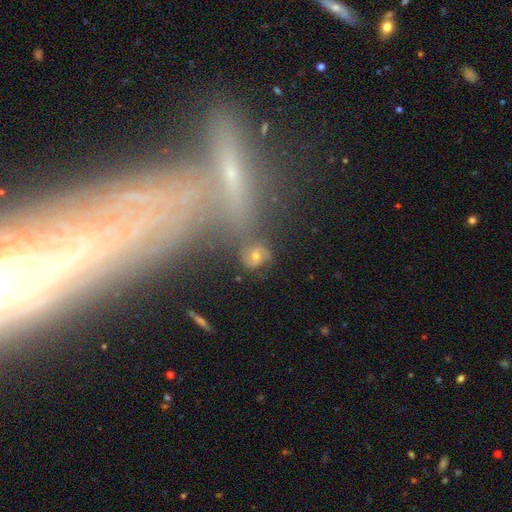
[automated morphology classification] A featured or disk galaxy (52%).

Vote fractions:
- Smooth or featured? featured or disk: 52% / smooth: 31% / star or artifact: 18%
- Edge-on disk? no: 96% / yes: 4%
- Merging? none: 63% / minor disturbance: 18% / major disturbance: 11% / merger: 9%